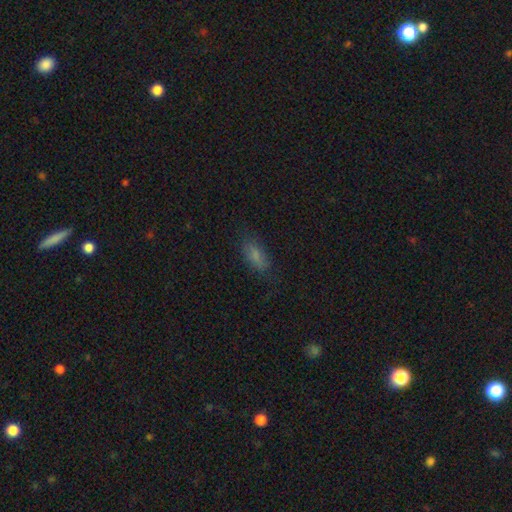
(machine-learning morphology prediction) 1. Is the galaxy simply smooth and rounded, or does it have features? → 76% smooth, 12% featured or disk, 12% star or artifact.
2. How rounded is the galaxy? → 81% in between, 15% cigar-shaped, 4% round.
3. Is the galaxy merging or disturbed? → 76% none, 18% minor disturbance, 5% major disturbance, 1% merger.